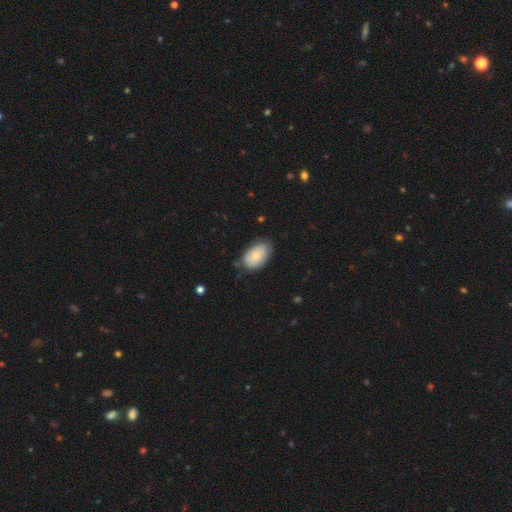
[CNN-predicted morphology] Q: Smooth or featured?
A: smooth (72%); runner-up: featured or disk (21%)
Q: How rounded?
A: in between (92%); runner-up: round (7%)
Q: Merging?
A: none (70%); runner-up: minor disturbance (24%)